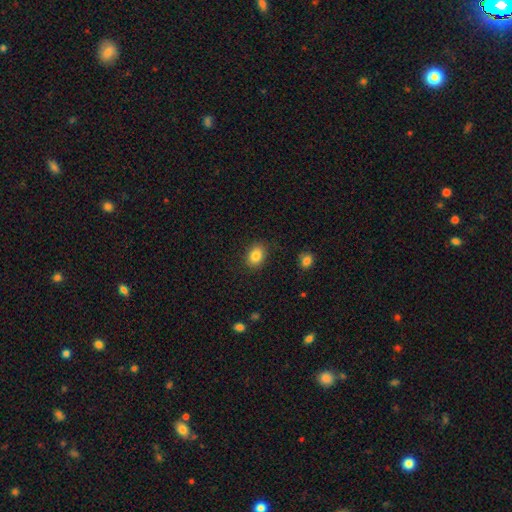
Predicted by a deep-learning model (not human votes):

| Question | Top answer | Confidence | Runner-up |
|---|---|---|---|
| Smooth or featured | smooth | 85% | star or artifact (9%) |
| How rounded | in between | 69% | round (30%) |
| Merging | none | 84% | minor disturbance (12%) |